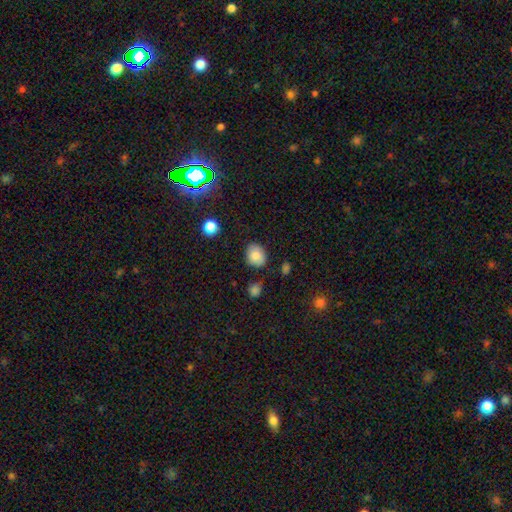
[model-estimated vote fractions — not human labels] Smooth or featured?
  - smooth: 83% *
  - star or artifact: 10%
  - featured or disk: 7%
How rounded?
  - round: 53% *
  - in between: 46%
  - cigar-shaped: 1%
Merging?
  - none: 75% *
  - minor disturbance: 18%
  - major disturbance: 4%
  - merger: 3%